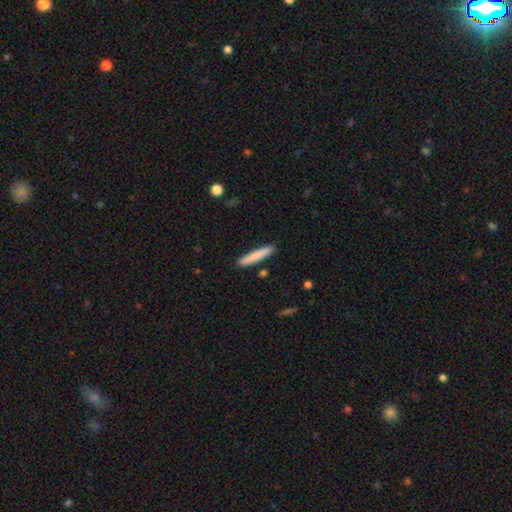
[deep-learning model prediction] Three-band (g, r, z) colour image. It shows a smooth galaxy with no disk features (81%) that is cigar-shaped (93%). Merging: none (89%).